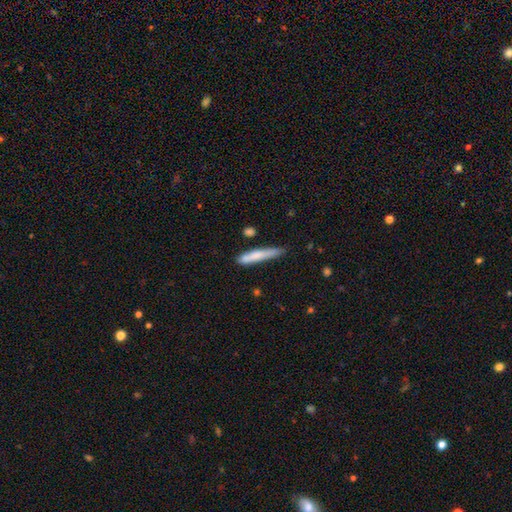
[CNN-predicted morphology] smooth-or-featured: smooth: 73% | featured or disk: 21% | star or artifact: 6%
  how-rounded: cigar-shaped: 93% | in between: 6% | round: 1%
  merging: none: 68% | minor disturbance: 23% | merger: 5% | major disturbance: 4%